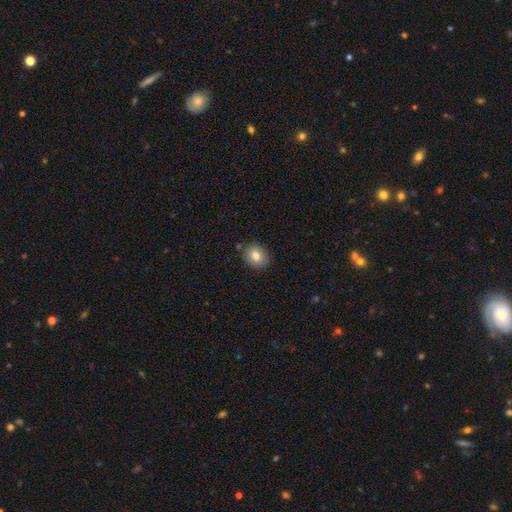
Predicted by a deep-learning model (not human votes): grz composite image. It shows a smooth galaxy with no disk features (83%) that is round (60%). Merging: none (85%).